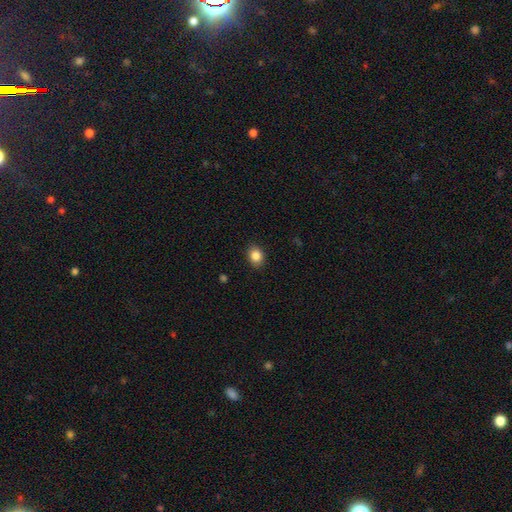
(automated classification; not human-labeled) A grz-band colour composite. It shows a smooth galaxy with no disk features (86%) that is round (51%). Merging: none (89%).